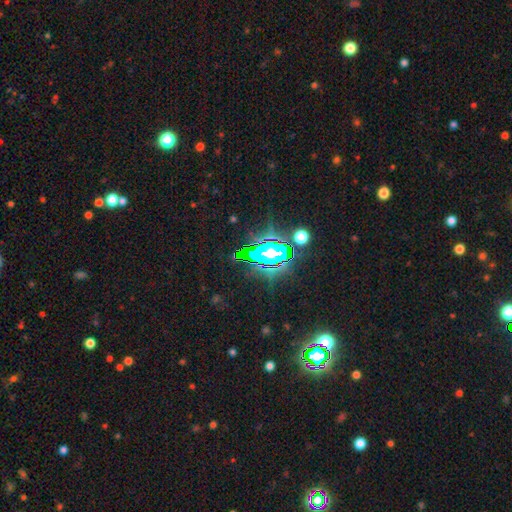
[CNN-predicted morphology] Smooth or featured: star or artifact — 79% (smooth — 11%)